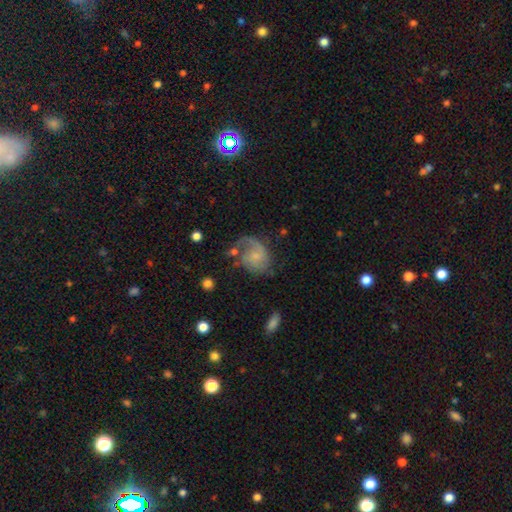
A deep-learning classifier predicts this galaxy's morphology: type=featured or disk (66%); edge-on=no (98%); bar=no (68%); spiral arms=yes (87%); winding=medium (42%); arm count=1 (51%); bulge=small (60%); merging=none (41%).